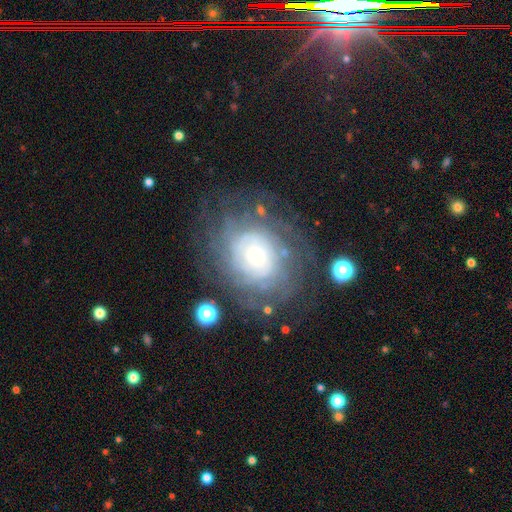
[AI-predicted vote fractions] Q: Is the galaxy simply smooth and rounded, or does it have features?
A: featured or disk — 74%.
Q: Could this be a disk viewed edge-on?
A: no — 97%.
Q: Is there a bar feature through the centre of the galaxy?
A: no — 82%.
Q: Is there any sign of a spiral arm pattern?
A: yes — 88%.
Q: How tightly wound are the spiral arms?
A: tight — 74%.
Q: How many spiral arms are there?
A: can't tell — 50%.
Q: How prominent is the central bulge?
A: small — 69%.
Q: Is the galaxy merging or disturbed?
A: none — 70%.